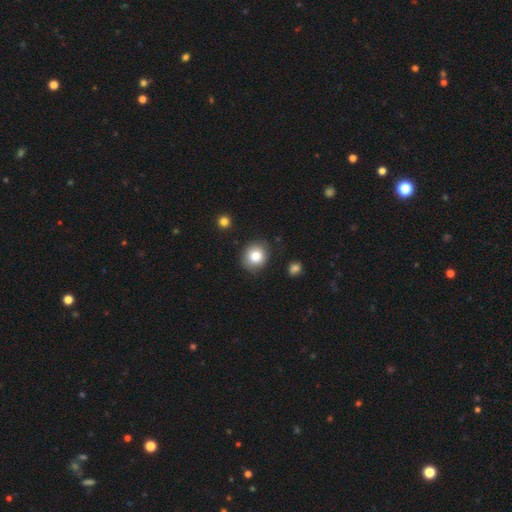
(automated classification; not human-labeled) Smooth or featured?
  - smooth: 81% *
  - star or artifact: 10%
  - featured or disk: 9%
How rounded?
  - round: 83% *
  - in between: 16%
  - cigar-shaped: 1%
Merging?
  - none: 84% *
  - minor disturbance: 11%
  - major disturbance: 3%
  - merger: 2%